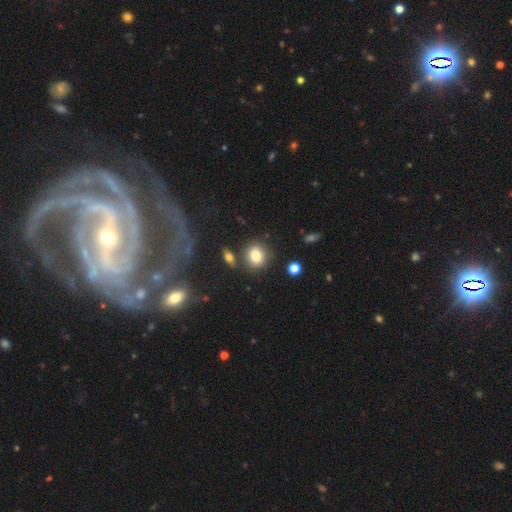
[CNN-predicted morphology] Smooth or featured? smooth (81%)
How rounded? round (60%)
Merging? none (75%)